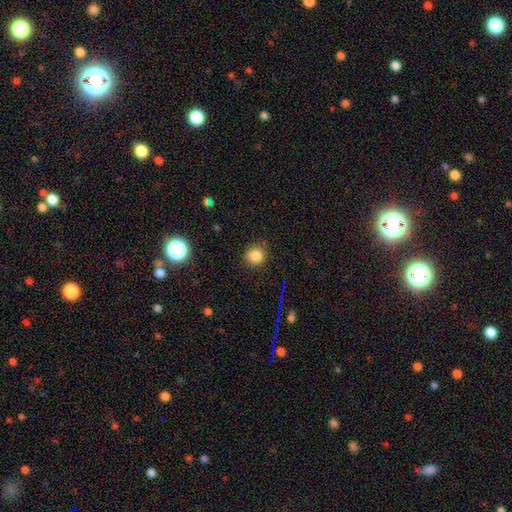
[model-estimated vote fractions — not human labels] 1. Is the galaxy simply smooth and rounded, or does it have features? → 82% smooth, 13% star or artifact, 5% featured or disk.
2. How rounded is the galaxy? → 89% round, 10% in between, 1% cigar-shaped.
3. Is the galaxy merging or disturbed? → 85% none, 10% minor disturbance, 3% major disturbance, 2% merger.